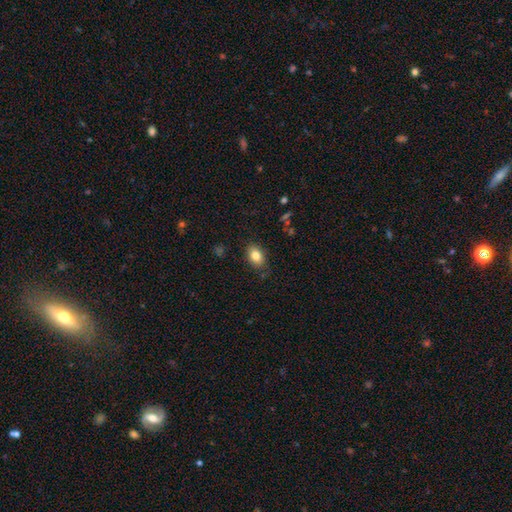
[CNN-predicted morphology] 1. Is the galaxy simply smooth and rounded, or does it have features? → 82% smooth, 10% featured or disk, 8% star or artifact.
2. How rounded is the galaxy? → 86% in between, 13% round, 1% cigar-shaped.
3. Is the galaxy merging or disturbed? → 83% none, 13% minor disturbance, 3% major disturbance, 1% merger.